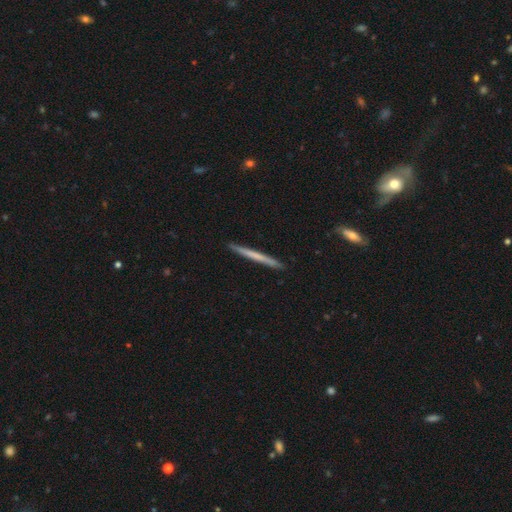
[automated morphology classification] Smooth or featured? Predicted: smooth (p=0.54). How rounded? Predicted: cigar-shaped (p=0.97). Merging? Predicted: none (p=0.91).